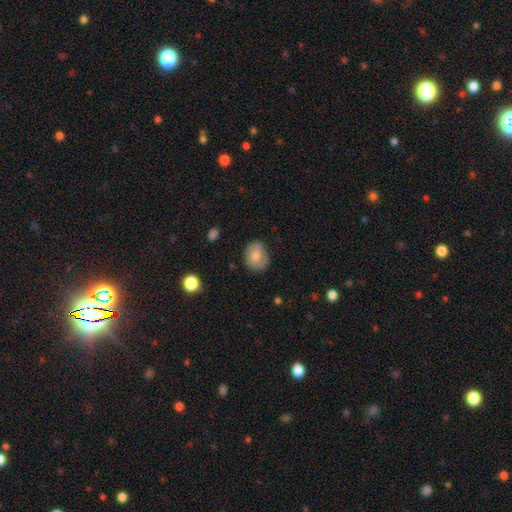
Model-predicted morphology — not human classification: Smooth or featured: smooth — 74% (featured or disk — 18%)
How rounded: round — 59% (in between — 40%)
Merging: none — 74% (minor disturbance — 20%)